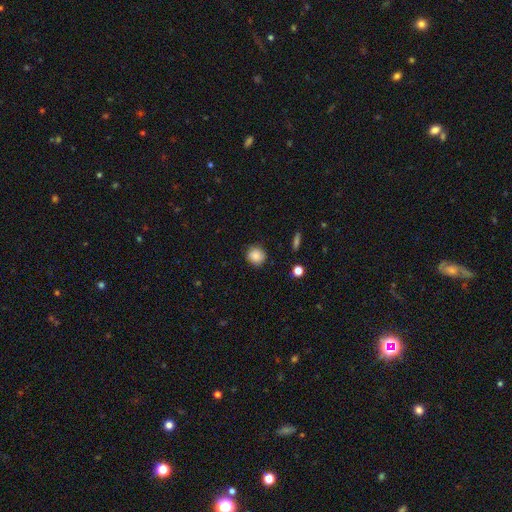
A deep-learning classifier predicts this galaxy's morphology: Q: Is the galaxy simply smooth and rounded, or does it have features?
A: smooth — 83%.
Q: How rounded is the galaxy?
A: round — 88%.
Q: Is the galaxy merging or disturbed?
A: none — 83%.